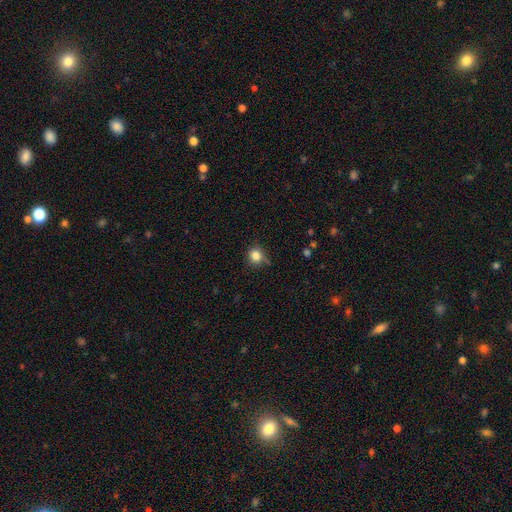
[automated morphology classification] Overall: smooth (83%). How rounded: round (84%). Merging: none (73%).